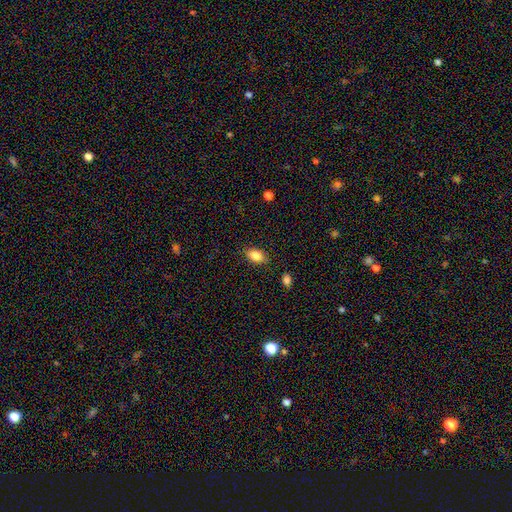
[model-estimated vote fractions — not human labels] Smooth or featured? smooth (84%)
How rounded? in between (87%)
Merging? none (85%)